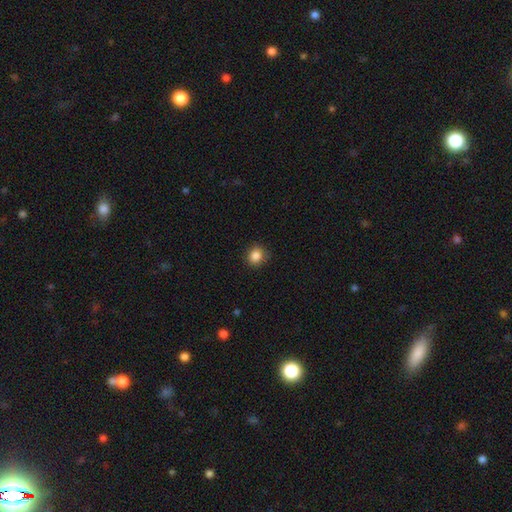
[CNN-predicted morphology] Smooth or featured? smooth (86%)
How rounded? round (75%)
Merging? none (85%)